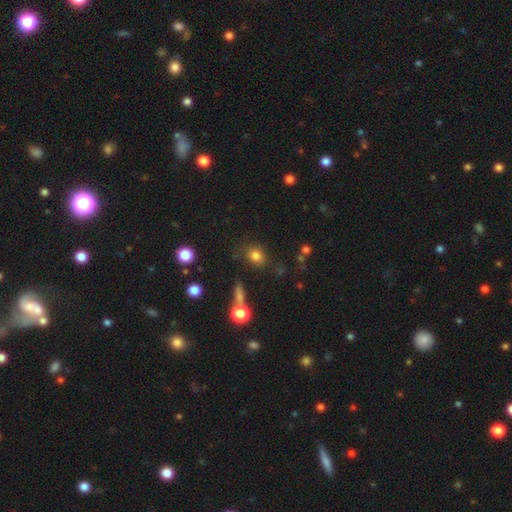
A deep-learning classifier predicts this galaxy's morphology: A smooth galaxy with no disk features (79%) that is round (58%).

Vote fractions:
- Smooth or featured? smooth: 79% / star or artifact: 13% / featured or disk: 8%
- How rounded? round: 58% / in between: 40% / cigar-shaped: 2%
- Merging? none: 75% / minor disturbance: 13% / merger: 6% / major disturbance: 5%